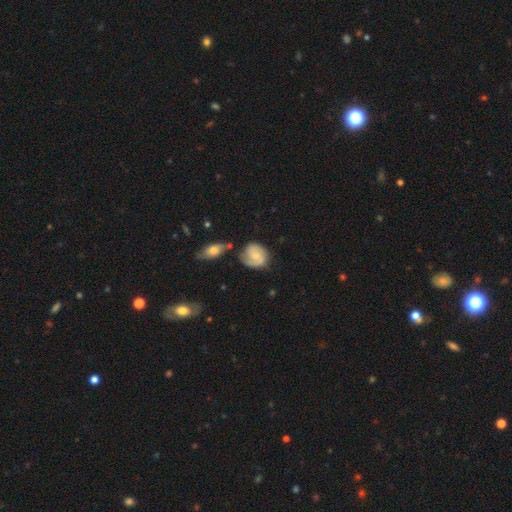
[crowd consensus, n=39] This appears to be a featured or disk galaxy (79%) with no bar (63%), 2 (92%) medium (58%) spiral arms (87%) and a moderate central bulge (63%). Merging: none (68%).